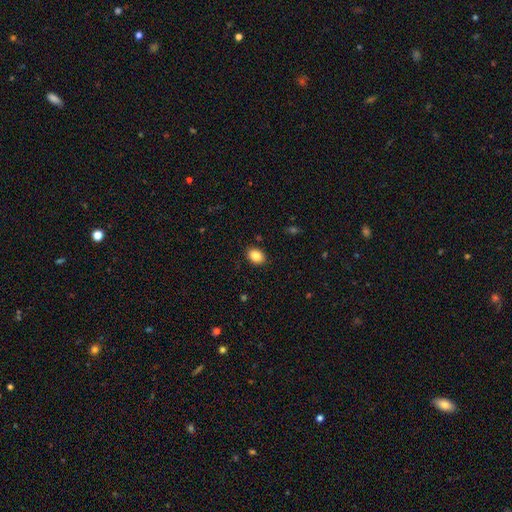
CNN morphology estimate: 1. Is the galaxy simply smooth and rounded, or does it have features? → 86% smooth, 9% star or artifact, 6% featured or disk.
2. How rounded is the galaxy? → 70% in between, 29% round, 1% cigar-shaped.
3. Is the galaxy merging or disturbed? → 89% none, 8% minor disturbance, 2% major disturbance, 1% merger.